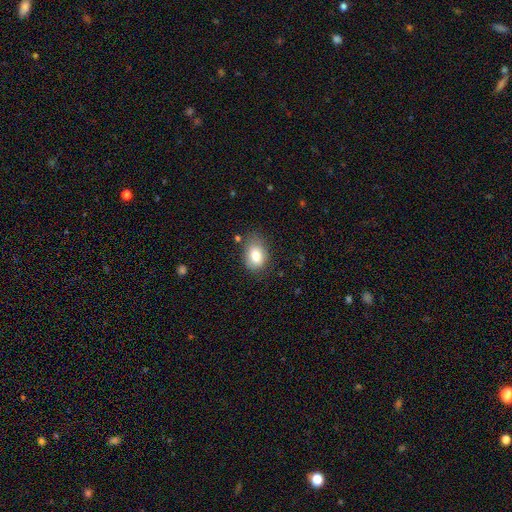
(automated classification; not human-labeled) This is clearly a smooth galaxy (80%). How rounded: likely in between (77%). Merging: likely none (65%).